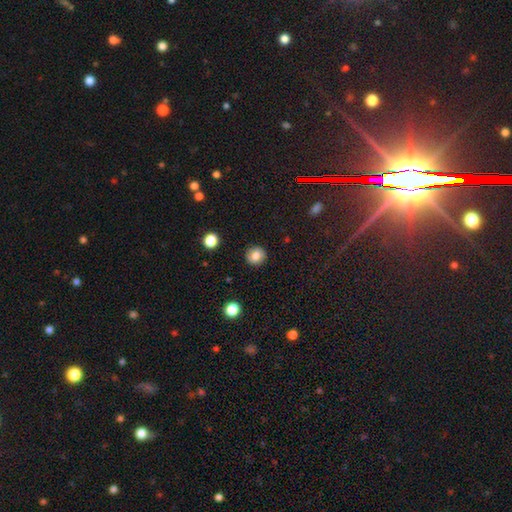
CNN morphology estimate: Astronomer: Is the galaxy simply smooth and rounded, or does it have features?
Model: smooth — 79%.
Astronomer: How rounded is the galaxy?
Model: round — 89%.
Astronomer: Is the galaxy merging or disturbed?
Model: none — 89%.